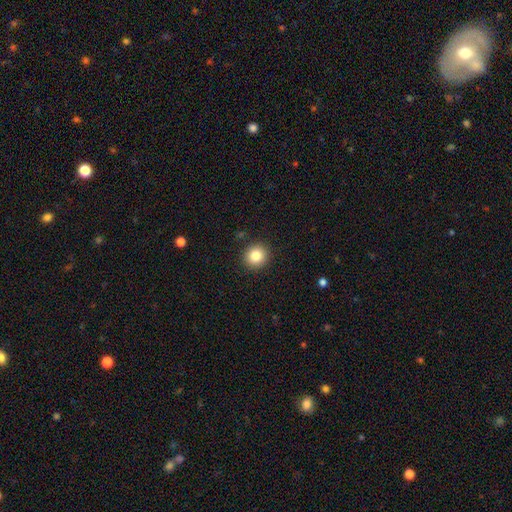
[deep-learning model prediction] This is clearly a smooth galaxy (84%). How rounded: clearly round (90%). Merging: clearly none (90%).